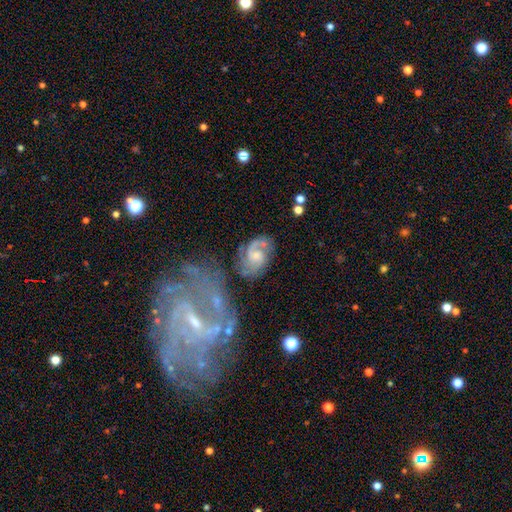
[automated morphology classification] Q: Smooth or featured?
A: featured or disk (85%); runner-up: smooth (9%)
Q: Edge-on disk?
A: no (98%); runner-up: yes (2%)
Q: Bar?
A: no (53%); runner-up: weak (42%)
Q: Spiral arms?
A: yes (97%); runner-up: no (3%)
Q: Spiral winding?
A: medium (54%); runner-up: tight (28%)
Q: Spiral arm count?
A: 2 (78%); runner-up: 3 (7%)
Q: Bulge size?
A: small (43%); runner-up: moderate (37%)
Q: Merging?
A: none (65%); runner-up: minor disturbance (19%)